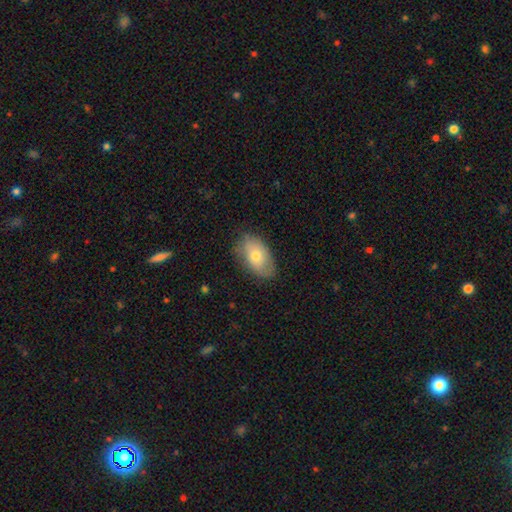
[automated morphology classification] smooth-or-featured: smooth: 68% | featured or disk: 25% | star or artifact: 7%
  how-rounded: in between: 91% | round: 7% | cigar-shaped: 2%
  merging: none: 77% | minor disturbance: 18% | major disturbance: 4% | merger: 1%